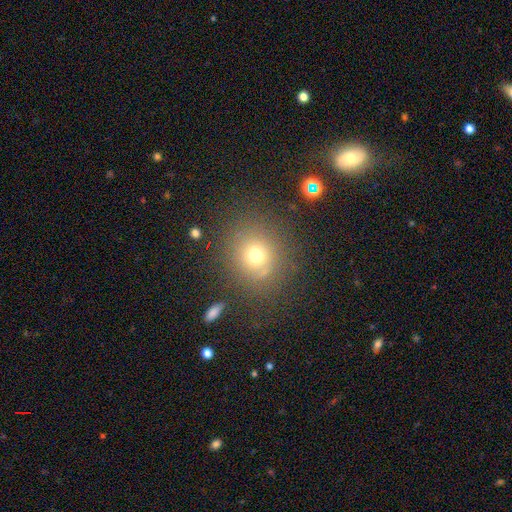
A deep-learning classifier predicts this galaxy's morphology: Smooth or featured? Predicted: smooth (p=0.68). How rounded? Predicted: round (p=0.83). Merging? Predicted: none (p=0.78).